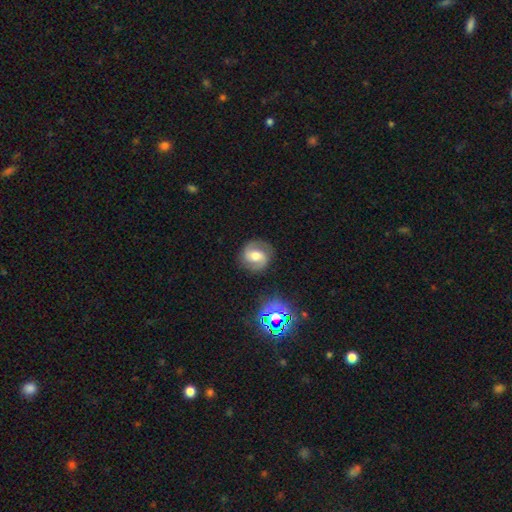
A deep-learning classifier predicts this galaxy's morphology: Q: Smooth or featured?
A: featured or disk (69%); runner-up: smooth (21%)
Q: Edge-on disk?
A: no (97%); runner-up: yes (3%)
Q: Bar?
A: weak (43%); runner-up: no (34%)
Q: Spiral arms?
A: yes (91%); runner-up: no (9%)
Q: Spiral winding?
A: medium (49%); runner-up: tight (33%)
Q: Spiral arm count?
A: 2 (89%); runner-up: can't tell (5%)
Q: Bulge size?
A: moderate (62%); runner-up: small (19%)
Q: Merging?
A: none (83%); runner-up: minor disturbance (11%)